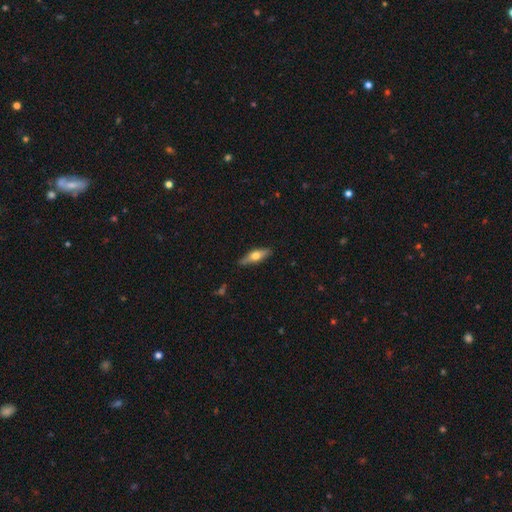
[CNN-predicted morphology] Smooth or featured? smooth (49%)
Merging? none (83%)